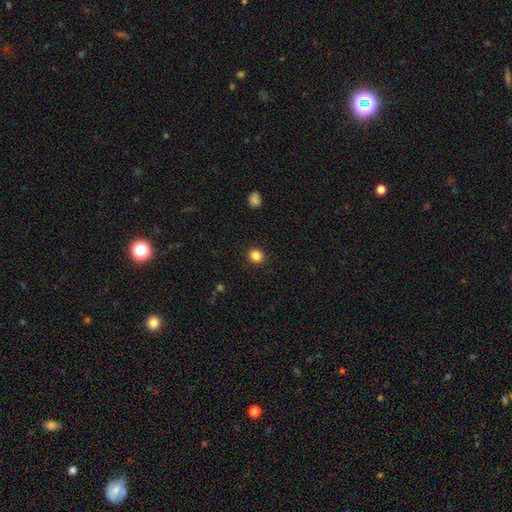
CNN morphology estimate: This appears to be a smooth galaxy with no disk features (85%) that is round (86%). Merging: none (92%).